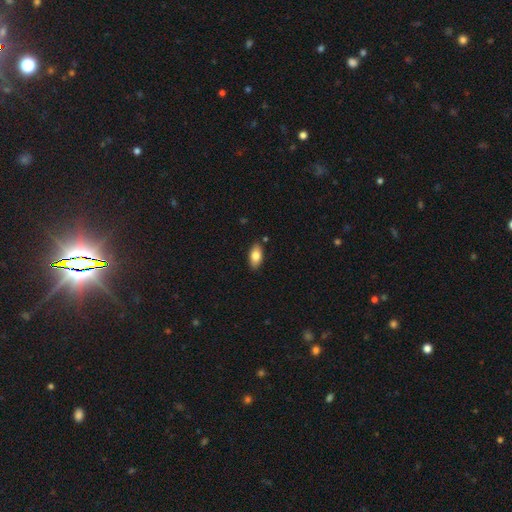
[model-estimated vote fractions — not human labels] A smooth galaxy with no disk features (80%) that is in between round and cigar-shaped (92%).

Vote fractions:
- Smooth or featured? smooth: 80% / featured or disk: 13% / star or artifact: 7%
- How rounded? in between: 92% / cigar-shaped: 4% / round: 4%
- Merging? none: 86% / minor disturbance: 10% / merger: 2% / major disturbance: 2%